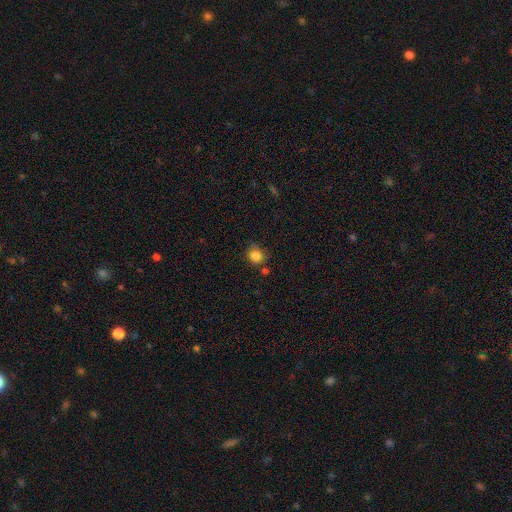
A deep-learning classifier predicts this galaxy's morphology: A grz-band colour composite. It shows a smooth galaxy with no disk features (83%) that is round (77%). Merging: none (67%).